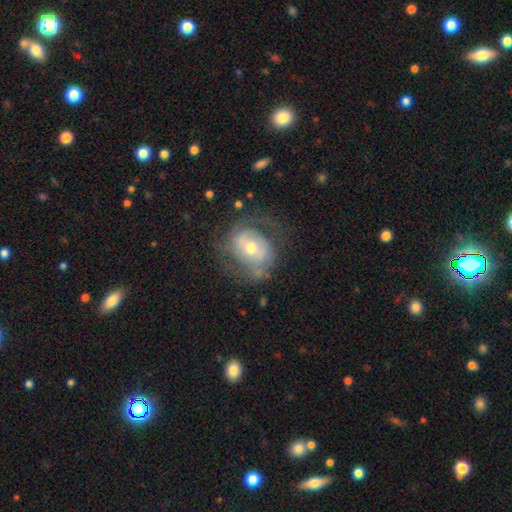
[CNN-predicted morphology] Overall: featured or disk (70%). Edge-on disk: no (96%). Bar: no (57%; weak 31%). Spiral arms: yes (74%). Spiral arm count: 2 (55%; can't tell 26%). Spiral winding: tight (42%; medium 38%). Bulge size: moderate (65%; small 28%). Merging: none (55%; minor disturbance 22%).